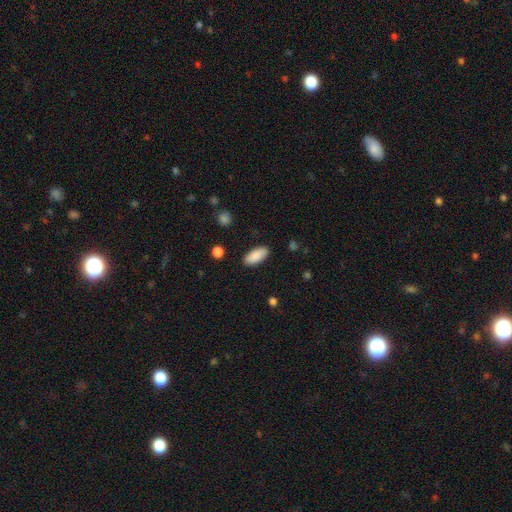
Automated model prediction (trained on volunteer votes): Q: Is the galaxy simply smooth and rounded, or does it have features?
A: smooth — 90%.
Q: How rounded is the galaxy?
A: in between — 88%.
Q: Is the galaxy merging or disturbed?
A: none — 89%.